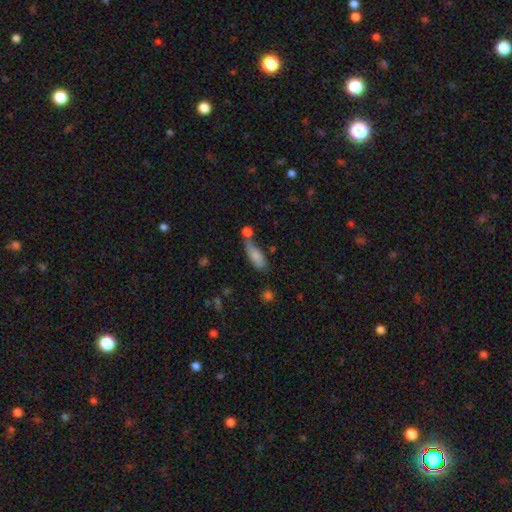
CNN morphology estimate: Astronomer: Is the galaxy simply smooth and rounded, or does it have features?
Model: smooth — 79%.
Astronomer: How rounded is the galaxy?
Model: in between — 66%.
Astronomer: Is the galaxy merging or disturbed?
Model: none — 41% (runner-up: merger, 28%).